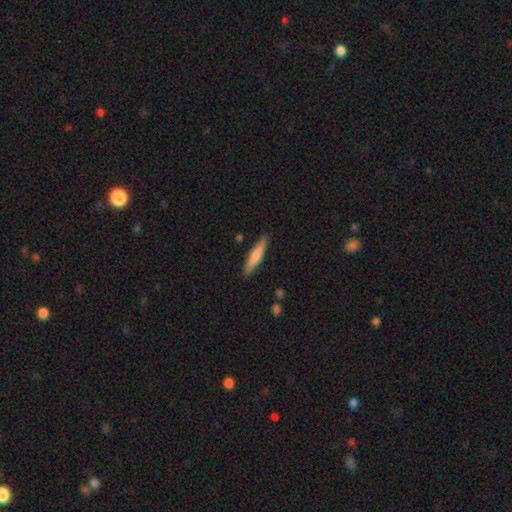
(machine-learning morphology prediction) A smooth galaxy with no disk features (70%) that is cigar-shaped (89%).

Vote fractions:
- Smooth or featured? smooth: 70% / featured or disk: 24% / star or artifact: 5%
- How rounded? cigar-shaped: 89% / in between: 10% / round: 1%
- Merging? none: 88% / minor disturbance: 8% / major disturbance: 2% / merger: 2%